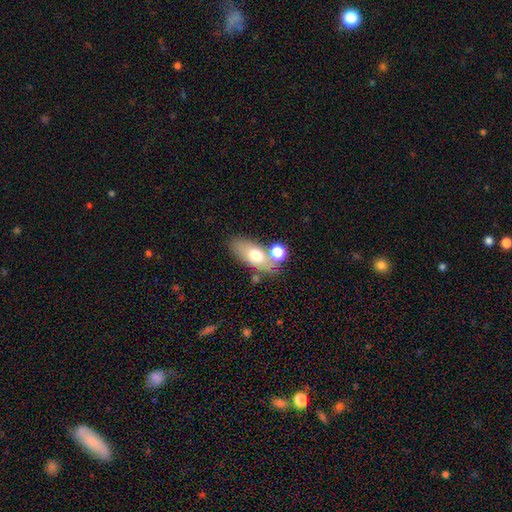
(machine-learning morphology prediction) Smooth or featured: smooth — 66% (featured or disk — 25%)
How rounded: in between — 82% (cigar-shaped — 9%)
Merging: none — 59% (merger — 21%)